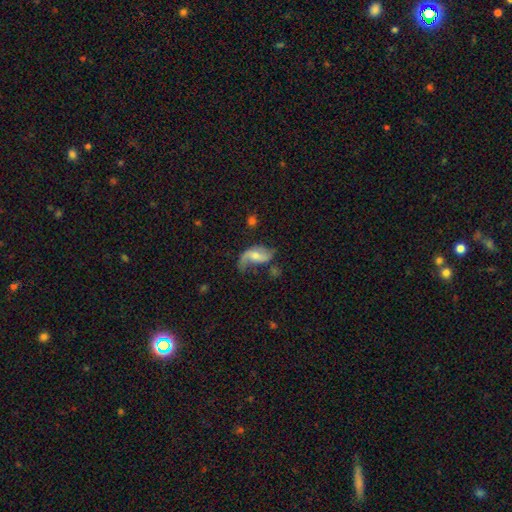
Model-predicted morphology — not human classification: Overall: featured or disk (65%; smooth 28%). Edge-on disk: no (94%). Bar: no (45%; weak 39%). Spiral arms: yes (85%). Spiral arm count: 2 (71%). Spiral winding: loose (77%). Bulge size: moderate (47%; small 39%). Merging: none (39%; major disturbance 29%).